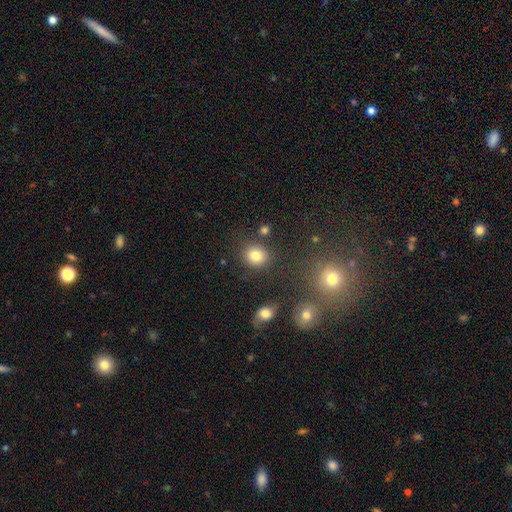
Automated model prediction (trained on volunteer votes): Overall: smooth (82%). How rounded: round (77%). Merging: none (82%).